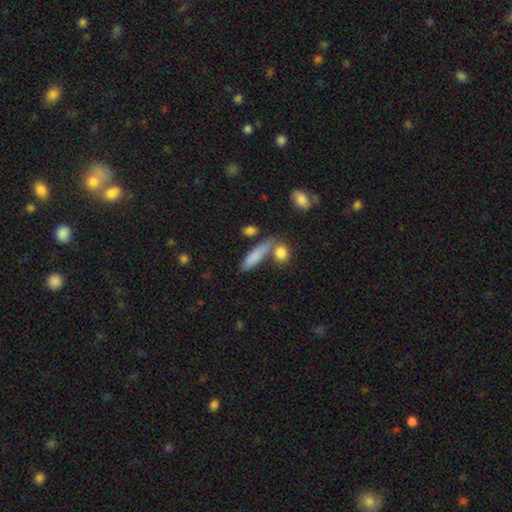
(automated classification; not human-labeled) Overall: smooth (79%). How rounded: cigar-shaped (61%; in between 36%). Merging: none (61%).